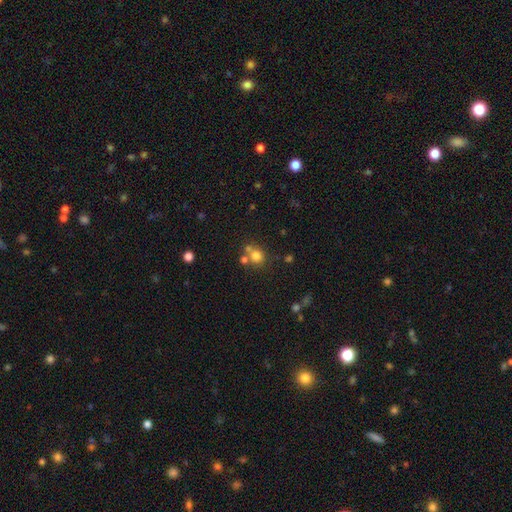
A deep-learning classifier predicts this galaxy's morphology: Smooth or featured? smooth (75%)
How rounded? round (84%)
Merging? none (58%)